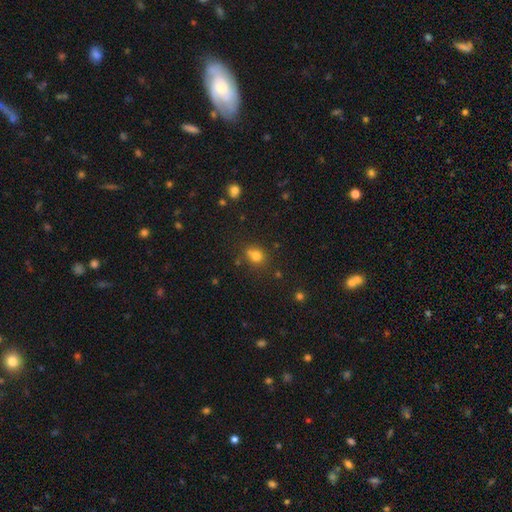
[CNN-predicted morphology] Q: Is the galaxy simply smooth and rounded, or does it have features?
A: smooth — 77%.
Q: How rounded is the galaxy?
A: round — 63%.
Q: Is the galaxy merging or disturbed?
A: none — 62%.